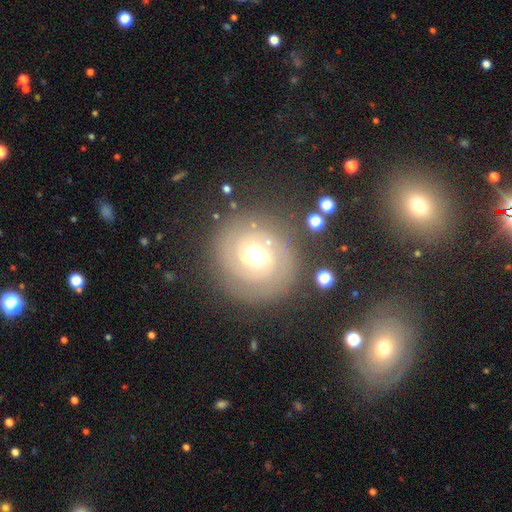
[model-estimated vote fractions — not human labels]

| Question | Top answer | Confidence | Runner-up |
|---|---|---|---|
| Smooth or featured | featured or disk | 65% | smooth (25%) |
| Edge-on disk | no | 97% | yes (3%) |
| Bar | no | 80% | weak (16%) |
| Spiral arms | yes | 81% | no (19%) |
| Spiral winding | tight | 74% | medium (20%) |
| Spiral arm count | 2 | 52% | can't tell (24%) |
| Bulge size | moderate | 67% | large (16%) |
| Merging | none | 81% | minor disturbance (10%) |